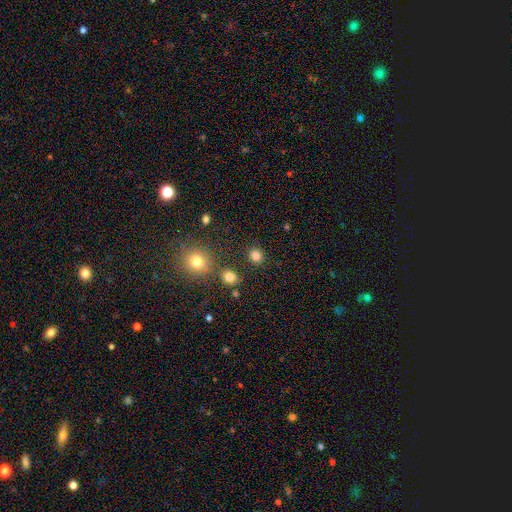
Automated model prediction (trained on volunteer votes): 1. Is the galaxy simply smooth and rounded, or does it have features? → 82% smooth, 13% star or artifact, 4% featured or disk.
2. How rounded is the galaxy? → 84% round, 15% in between, 1% cigar-shaped.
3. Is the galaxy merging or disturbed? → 86% none, 7% minor disturbance, 4% merger, 3% major disturbance.